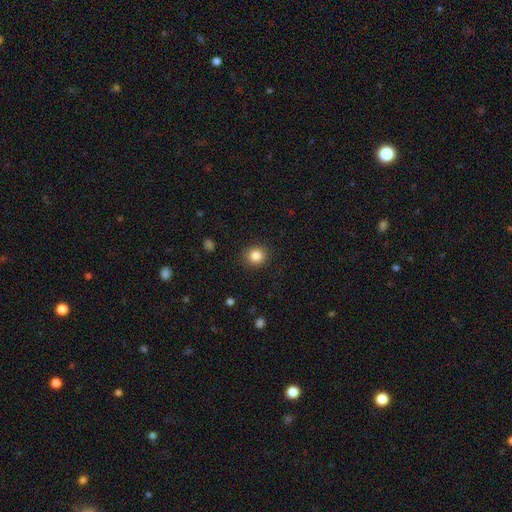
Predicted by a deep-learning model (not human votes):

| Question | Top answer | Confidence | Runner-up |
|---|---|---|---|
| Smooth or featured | smooth | 85% | star or artifact (10%) |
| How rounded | round | 89% | in between (11%) |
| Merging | none | 90% | minor disturbance (6%) |